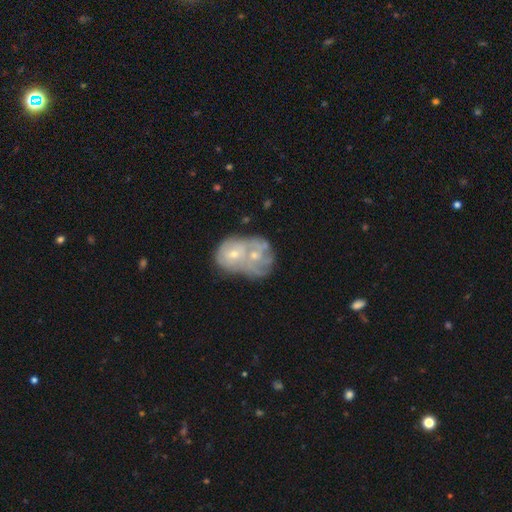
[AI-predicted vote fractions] featured or disk 65%, smooth 26%, star or artifact 9%. Down the decision tree: edge-on disk — no (97%); bar — no (81%); spiral arms — yes (59%); bulge size — small (56%); merging — merger (73%).